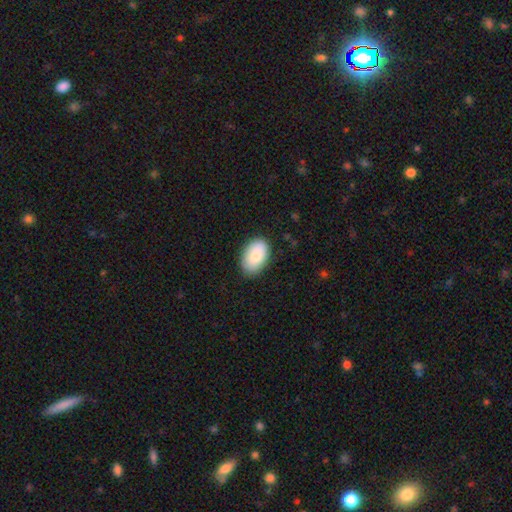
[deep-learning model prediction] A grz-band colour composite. It shows a smooth galaxy with no disk features (85%) that is in between round and cigar-shaped (91%). Merging: none (86%).